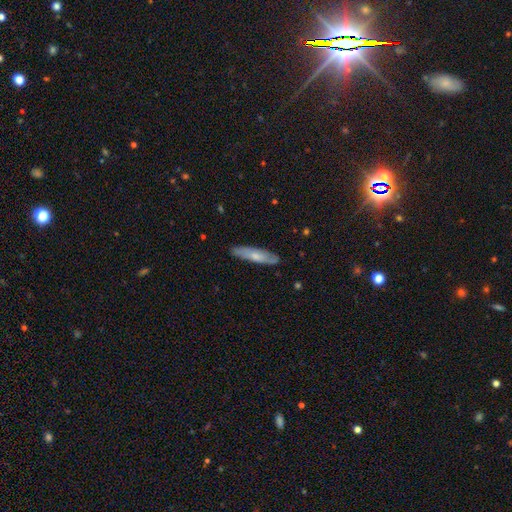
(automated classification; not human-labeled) This appears to be a smooth galaxy with no disk features (59%) that is cigar-shaped (78%). Merging: none (85%).